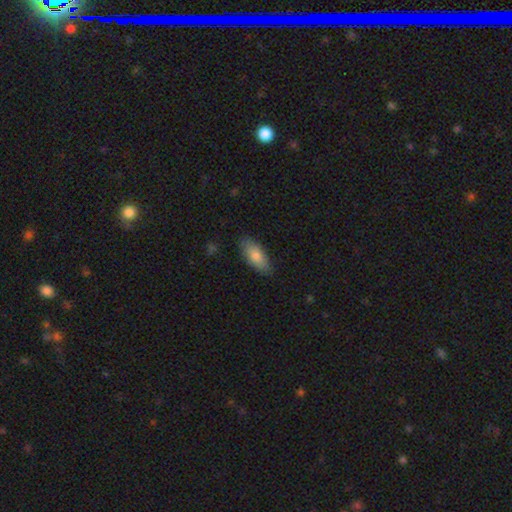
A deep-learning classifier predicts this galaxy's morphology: Smooth or featured? smooth (80%)
How rounded? in between (83%)
Merging? none (84%)